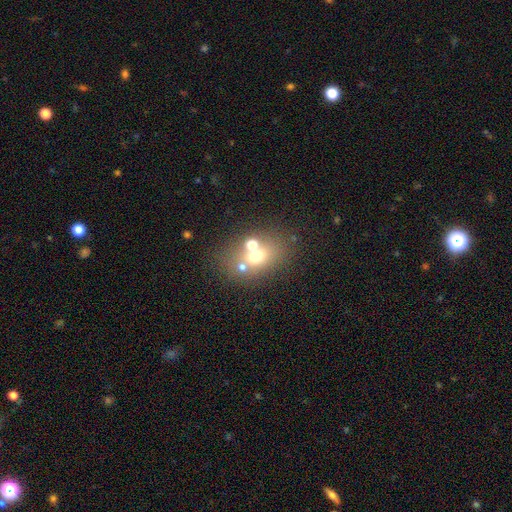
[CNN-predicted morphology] Smooth or featured?
  - smooth: 58% *
  - featured or disk: 24%
  - star or artifact: 18%
How rounded?
  - in between: 53% *
  - round: 45%
  - cigar-shaped: 1%
Merging?
  - none: 52% *
  - merger: 32%
  - minor disturbance: 10%
  - major disturbance: 6%